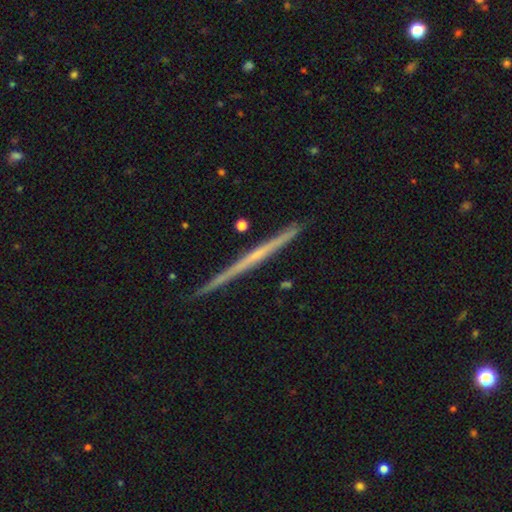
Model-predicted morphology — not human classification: A featured or disk galaxy (68%) viewed edge-on (98%) with no central bulge (82%).

Vote fractions:
- Smooth or featured? featured or disk: 68% / smooth: 26% / star or artifact: 5%
- Edge-on disk? yes: 98% / no: 2%
- Edge-on bulge? none: 82% / rounded: 14% / boxy: 4%
- Merging? none: 91% / minor disturbance: 6% / merger: 1% / major disturbance: 1%